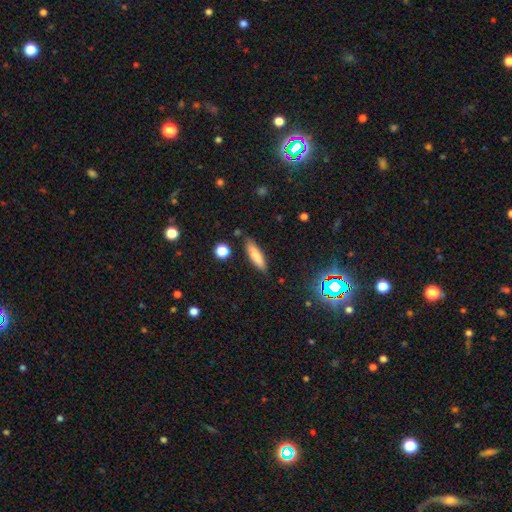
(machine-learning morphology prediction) Smooth or featured: smooth — 77% (featured or disk — 14%)
How rounded: cigar-shaped — 62% (in between — 36%)
Merging: none — 83% (minor disturbance — 12%)